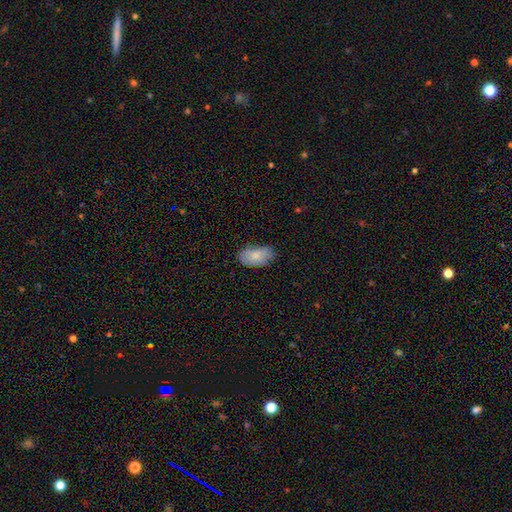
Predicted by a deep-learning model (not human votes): Q: Smooth or featured?
A: smooth (82%); runner-up: featured or disk (11%)
Q: How rounded?
A: in between (94%); runner-up: round (4%)
Q: Merging?
A: none (68%); runner-up: minor disturbance (25%)